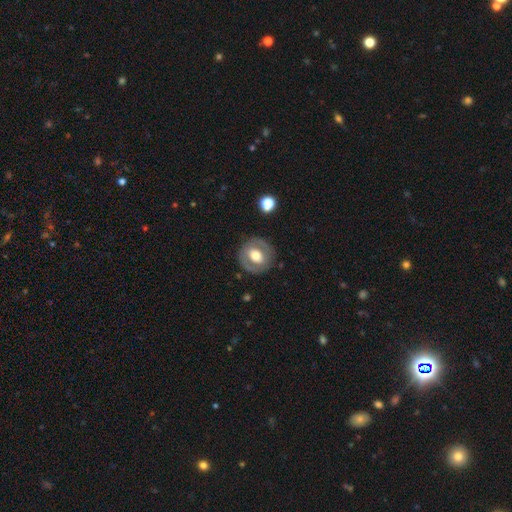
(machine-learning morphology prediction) A featured or disk galaxy (50%). Merging: none (83%).